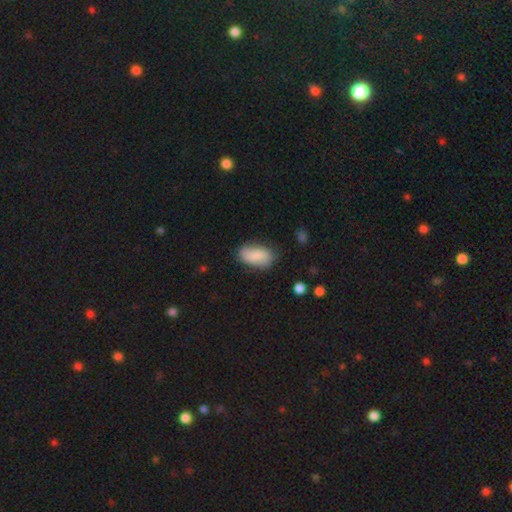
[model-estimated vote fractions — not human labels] Morphology: type=smooth (81%); roundness=in between (92%); merging=none (72%).